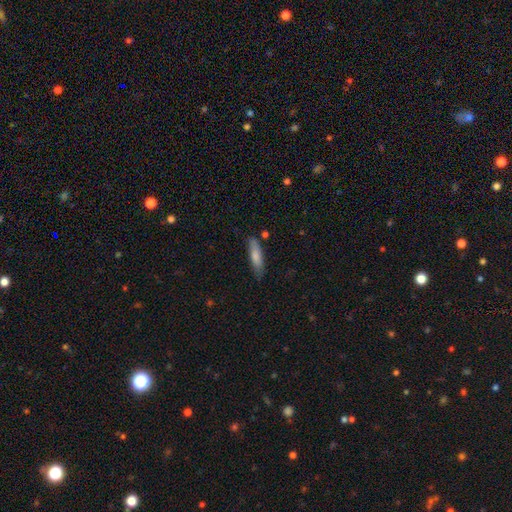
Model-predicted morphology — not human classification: A smooth galaxy with no disk features (79%) that is cigar-shaped (67%).

Vote fractions:
- Smooth or featured? smooth: 79% / featured or disk: 15% / star or artifact: 6%
- How rounded? cigar-shaped: 67% / in between: 31% / round: 1%
- Merging? none: 76% / minor disturbance: 17% / major disturbance: 3% / merger: 3%